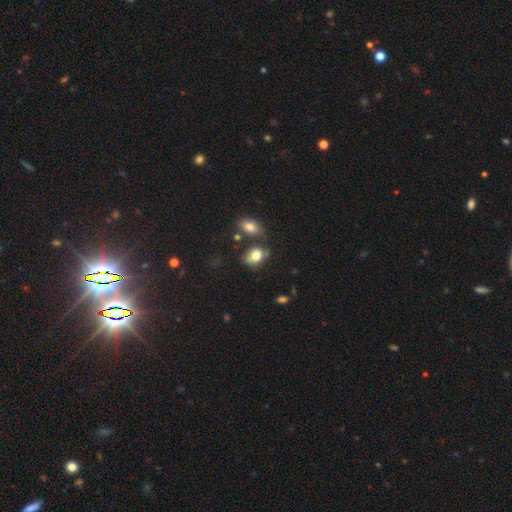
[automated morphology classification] smooth-or-featured: smooth: 79% | featured or disk: 12% | star or artifact: 9%
  how-rounded: in between: 64% | round: 35% | cigar-shaped: 1%
  merging: none: 54% | minor disturbance: 20% | merger: 19% | major disturbance: 8%